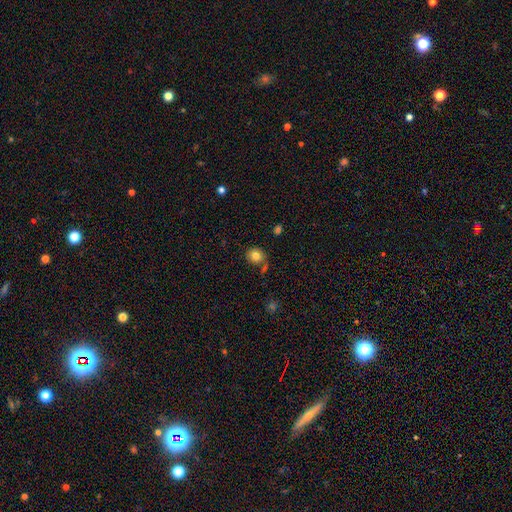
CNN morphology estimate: Q: Smooth or featured?
A: smooth (82%); runner-up: star or artifact (10%)
Q: How rounded?
A: round (79%); runner-up: in between (20%)
Q: Merging?
A: none (73%); runner-up: minor disturbance (14%)